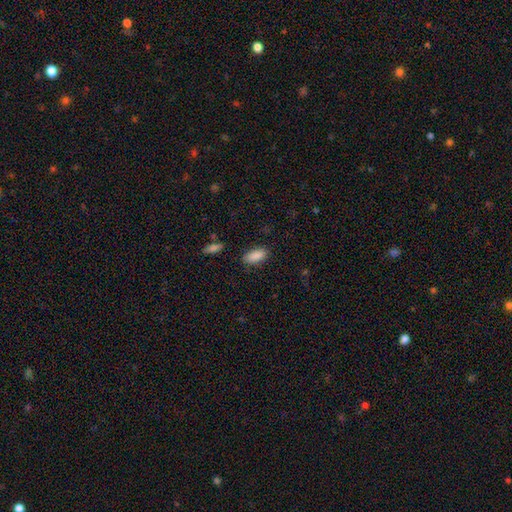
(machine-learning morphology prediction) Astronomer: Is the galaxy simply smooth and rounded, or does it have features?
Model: smooth — 89%.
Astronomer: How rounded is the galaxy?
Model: in between — 87%.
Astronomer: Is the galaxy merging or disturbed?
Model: none — 84%.